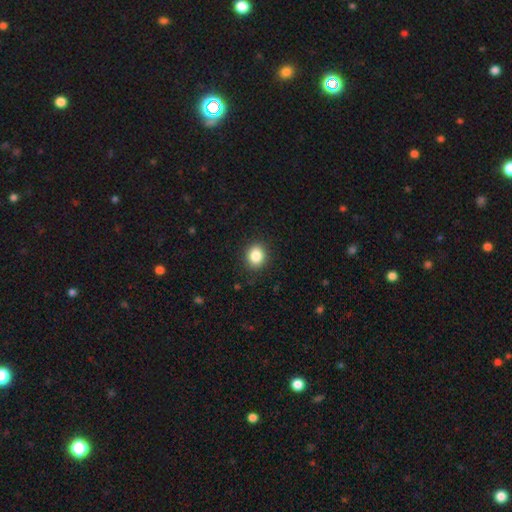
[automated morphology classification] smooth-or-featured: smooth: 85% | star or artifact: 10% | featured or disk: 5%
  how-rounded: round: 74% | in between: 26% | cigar-shaped: 1%
  merging: none: 90% | minor disturbance: 7% | major disturbance: 2% | merger: 1%